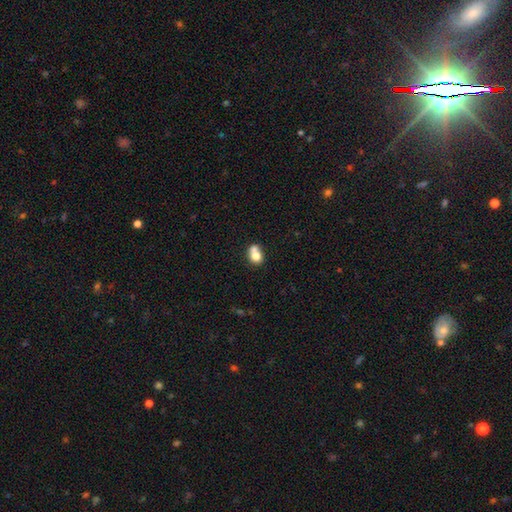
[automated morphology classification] The model was most divided on "merging": merger: 53%, none: 34%, minor disturbance: 9%, major disturbance: 4%. More confident: smooth or featured — smooth (74%); how rounded — round (62%).